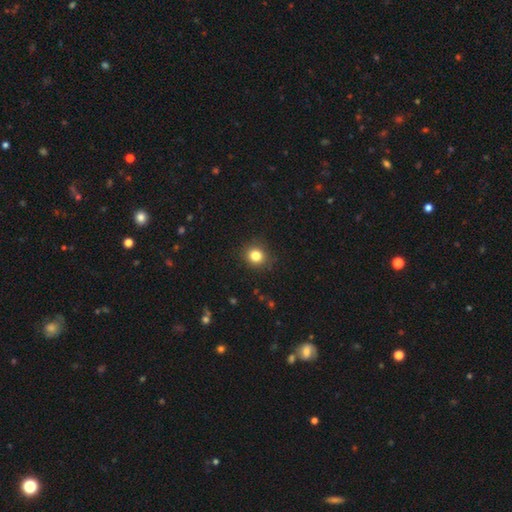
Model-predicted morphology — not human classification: This appears to be a smooth galaxy with no disk features (83%) that is round (85%). Merging: none (89%).